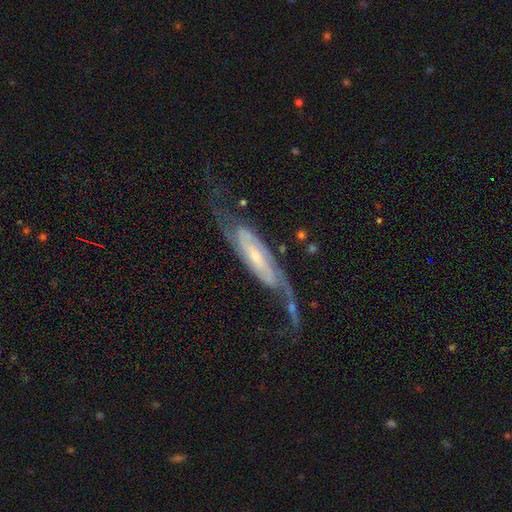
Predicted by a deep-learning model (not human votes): Morphology: type=featured or disk (86%); edge-on=no (83%); bar=weak (37%); spiral arms=yes (96%); winding=medium (44%); arm count=2 (86%); bulge=small (65%); merging=none (63%).